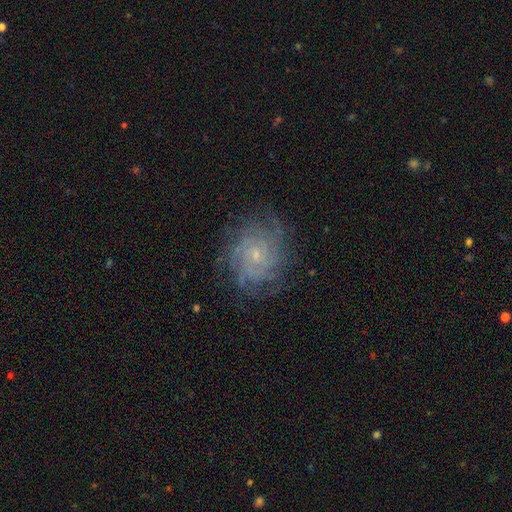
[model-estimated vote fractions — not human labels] Smooth or featured? Predicted: featured or disk (p=0.76). Edge-on disk? Predicted: no (p=0.97). Bar? Predicted: no (p=0.74). Spiral arms? Predicted: yes (p=0.94). Spiral winding? Predicted: tight (p=0.68). Spiral arm count? Predicted: can't tell (p=0.38). Bulge size? Predicted: small (p=0.80). Merging? Predicted: none (p=0.78).